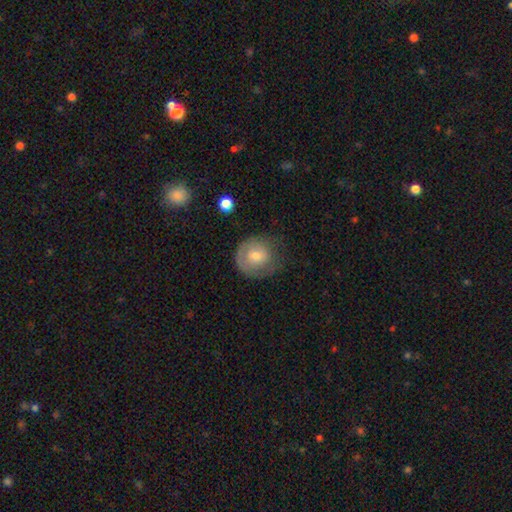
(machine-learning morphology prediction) This appears to be a smooth galaxy with no disk features (56%) that is round (82%). Merging: none (60%).